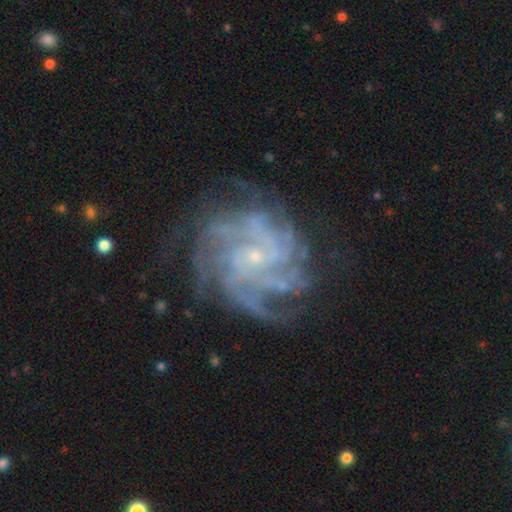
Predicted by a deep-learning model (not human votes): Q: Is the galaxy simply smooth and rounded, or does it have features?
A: featured or disk — 88%.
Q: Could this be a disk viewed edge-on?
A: no — 98%.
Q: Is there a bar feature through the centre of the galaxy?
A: no — 68%.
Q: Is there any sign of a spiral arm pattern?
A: yes — 97%.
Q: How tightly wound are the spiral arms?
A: tight — 58%.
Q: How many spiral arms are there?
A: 4 — 28%.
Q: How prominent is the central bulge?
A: small — 83%.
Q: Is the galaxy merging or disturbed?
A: none — 70%.